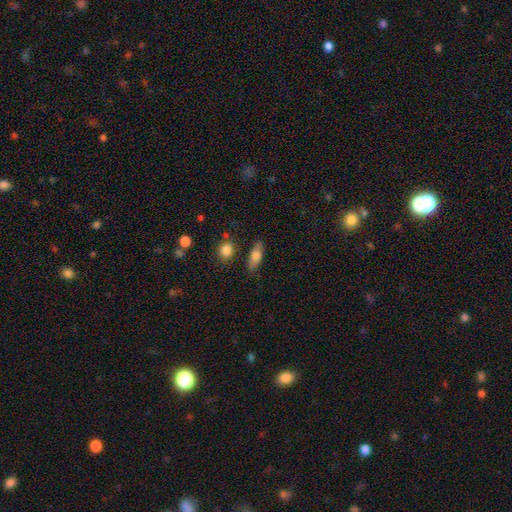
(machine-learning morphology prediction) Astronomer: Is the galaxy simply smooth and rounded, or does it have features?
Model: smooth — 73%.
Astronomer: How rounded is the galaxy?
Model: in between — 66%.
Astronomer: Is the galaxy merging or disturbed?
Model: none — 80%.